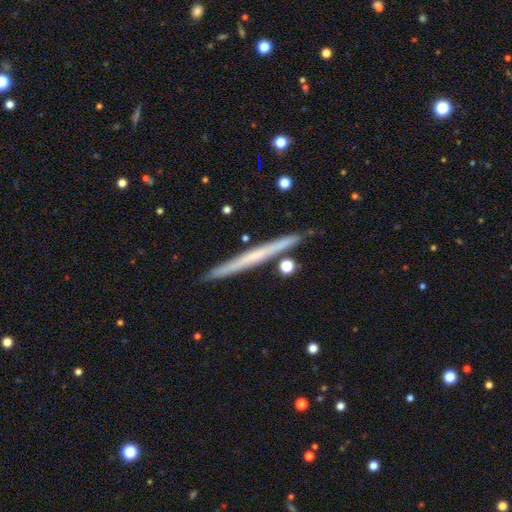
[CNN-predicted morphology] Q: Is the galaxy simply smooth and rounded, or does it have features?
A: featured or disk — 53%.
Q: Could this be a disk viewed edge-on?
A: yes — 96%.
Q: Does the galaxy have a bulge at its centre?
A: none — 85%.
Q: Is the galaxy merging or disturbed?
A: none — 88%.